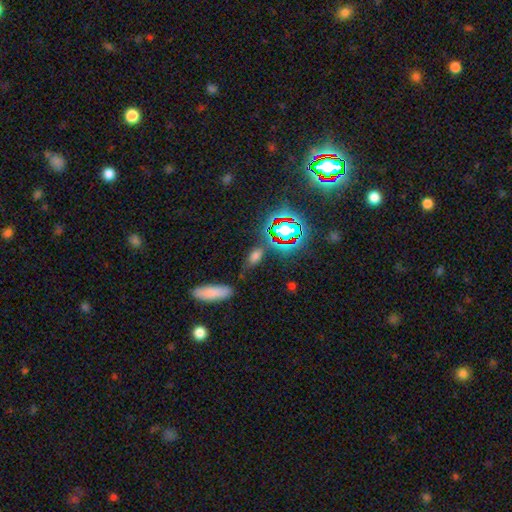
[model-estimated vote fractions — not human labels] smooth 59%, star or artifact 29%, featured or disk 12%. Down the decision tree: how rounded — in between (79%); merging — none (70%).